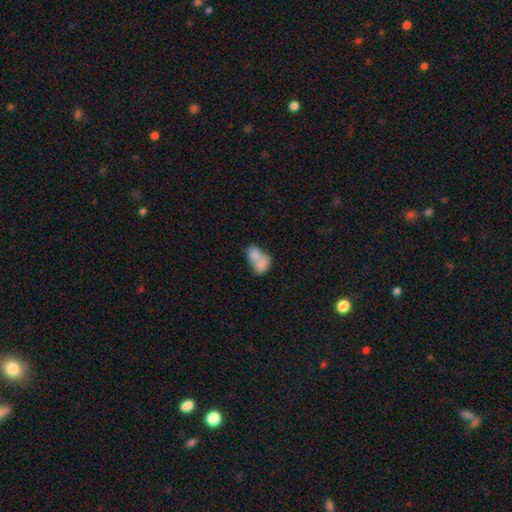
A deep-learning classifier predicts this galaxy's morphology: smooth 75%, featured or disk 17%, star or artifact 8%. Down the decision tree: how rounded — in between (78%); merging — merger (67%).